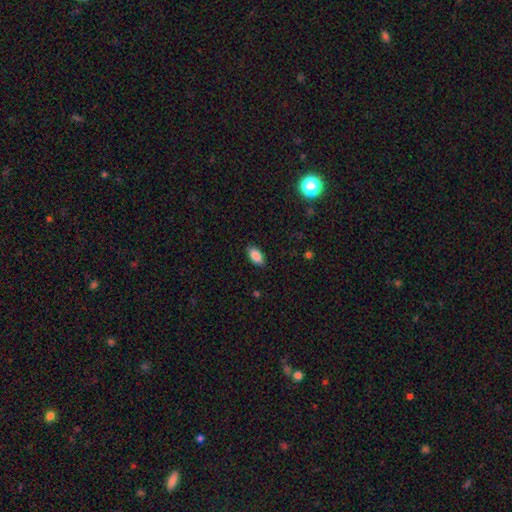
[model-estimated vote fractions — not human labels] A smooth galaxy with no disk features (87%) that is in between round and cigar-shaped (92%). Merging: none (88%).